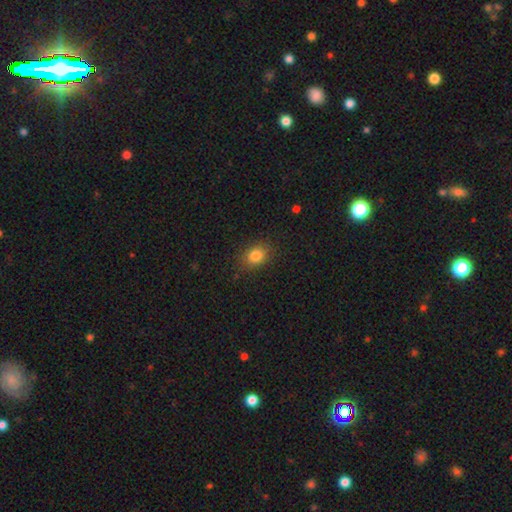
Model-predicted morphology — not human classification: Smooth or featured?
  - smooth: 82% *
  - star or artifact: 11%
  - featured or disk: 7%
How rounded?
  - in between: 57% *
  - round: 42%
  - cigar-shaped: 1%
Merging?
  - none: 84% *
  - minor disturbance: 11%
  - major disturbance: 3%
  - merger: 1%